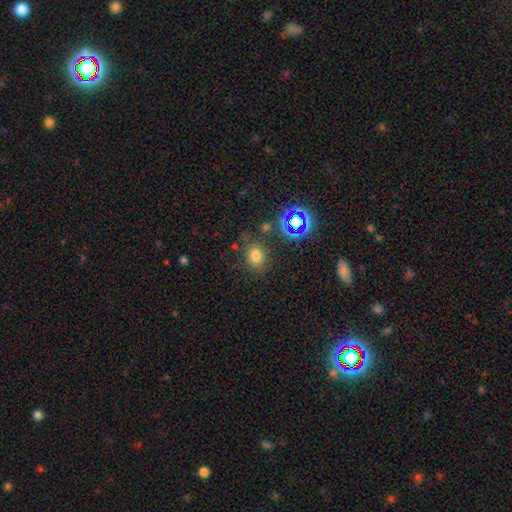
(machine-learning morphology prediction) Overall: smooth (72%). How rounded: round (69%; in between 30%). Merging: none (78%).